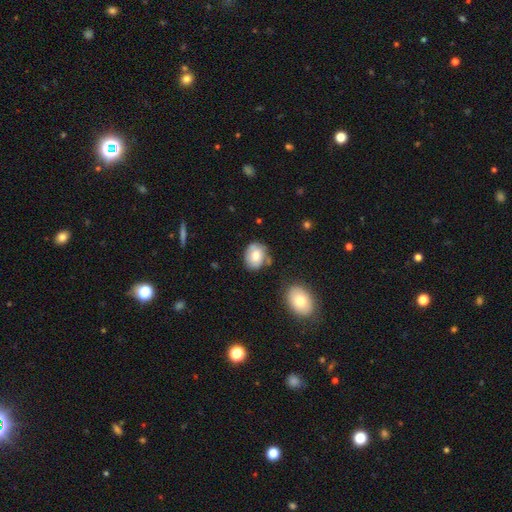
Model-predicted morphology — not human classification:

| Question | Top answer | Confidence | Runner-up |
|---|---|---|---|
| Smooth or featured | smooth | 68% | featured or disk (24%) |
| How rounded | round | 50% | in between (49%) |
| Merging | none | 65% | minor disturbance (22%) |